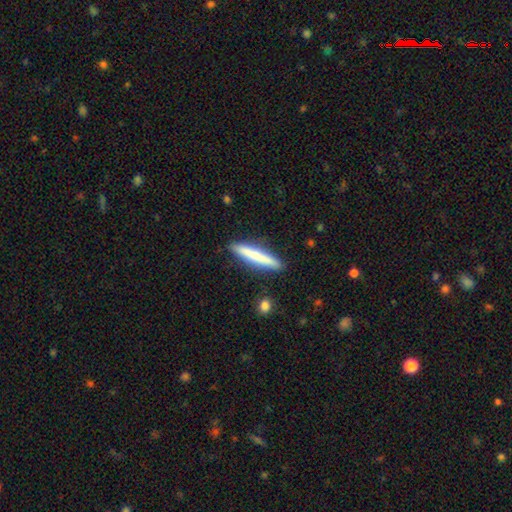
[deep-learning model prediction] Morphology: type=smooth (65%); roundness=cigar-shaped (93%); merging=none (89%).